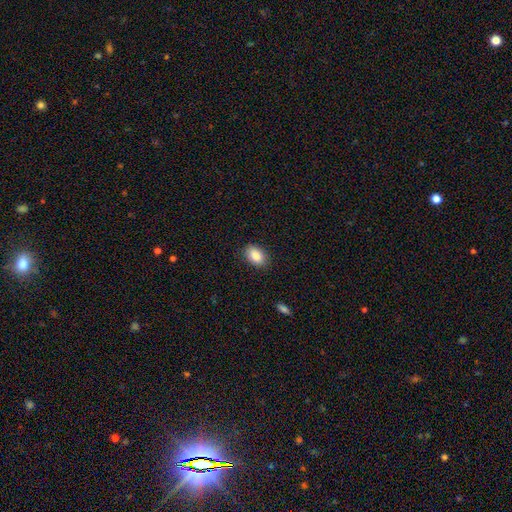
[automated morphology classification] Smooth or featured? smooth (86%)
How rounded? in between (85%)
Merging? none (87%)